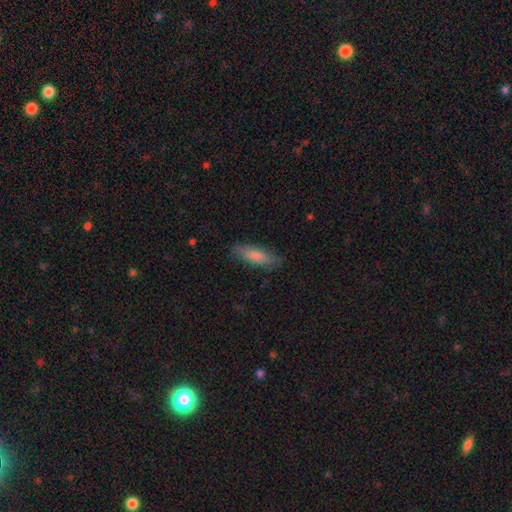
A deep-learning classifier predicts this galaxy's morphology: A smooth galaxy with no disk features (81%) that is in between round and cigar-shaped (50%). Merging: none (81%).